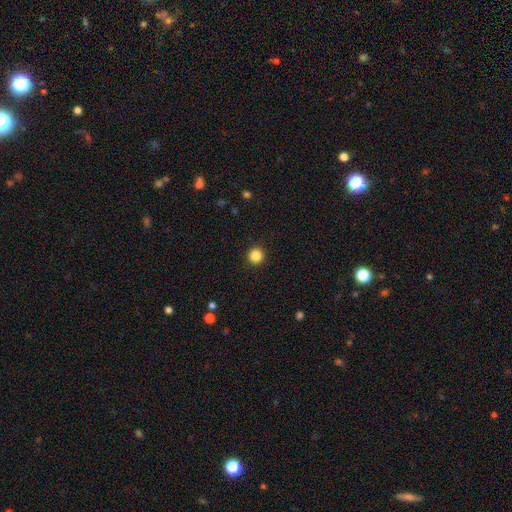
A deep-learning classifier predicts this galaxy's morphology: This appears to be a smooth galaxy with no disk features (85%) that is round (95%). Merging: none (93%).